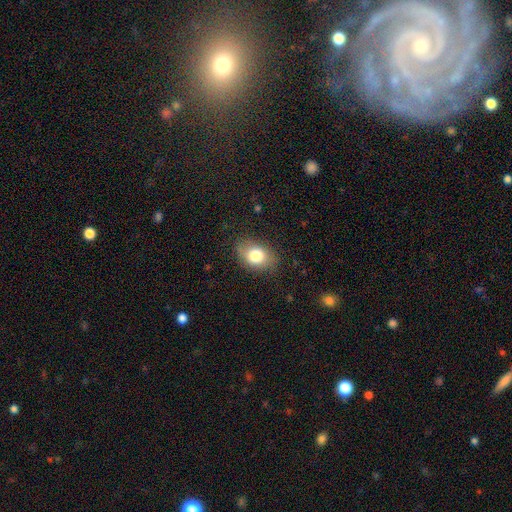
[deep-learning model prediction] Smooth or featured? Predicted: smooth (p=0.79). How rounded? Predicted: in between (p=0.76). Merging? Predicted: none (p=0.77).